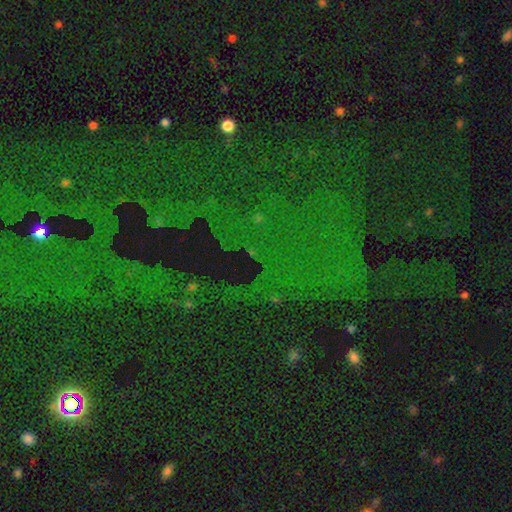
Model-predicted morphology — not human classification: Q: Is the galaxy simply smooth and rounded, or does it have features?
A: star or artifact — 78%.